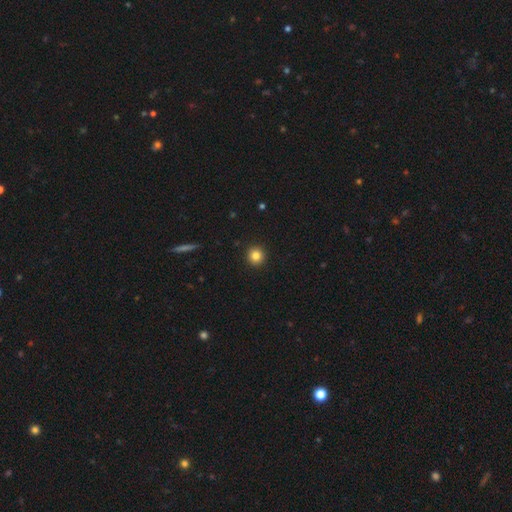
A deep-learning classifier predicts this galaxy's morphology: smooth-or-featured: smooth: 83% | star or artifact: 11% | featured or disk: 6%
  how-rounded: round: 95% | in between: 4% | cigar-shaped: 1%
  merging: none: 93% | minor disturbance: 4% | major disturbance: 2% | merger: 1%